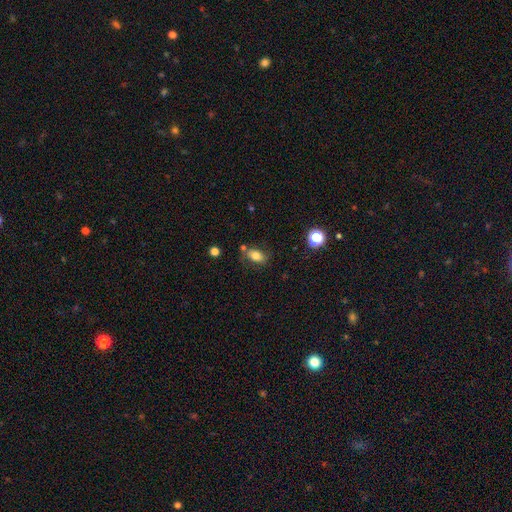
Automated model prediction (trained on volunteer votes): Q: Smooth or featured?
A: smooth (76%); runner-up: featured or disk (13%)
Q: How rounded?
A: in between (84%); runner-up: round (13%)
Q: Merging?
A: none (69%); runner-up: minor disturbance (17%)